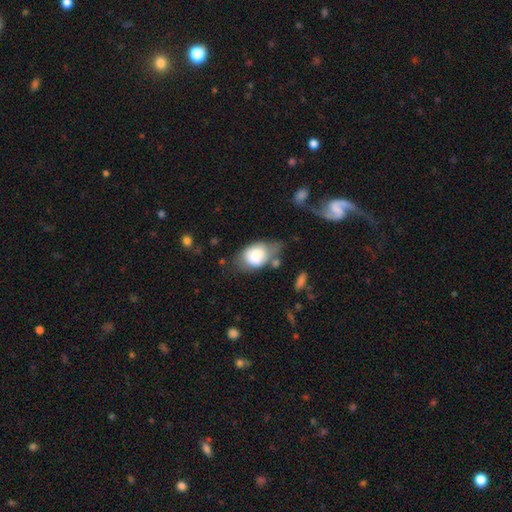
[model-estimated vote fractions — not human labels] smooth 74%, featured or disk 18%, star or artifact 7%. Down the decision tree: how rounded — in between (79%); merging — none (36%).